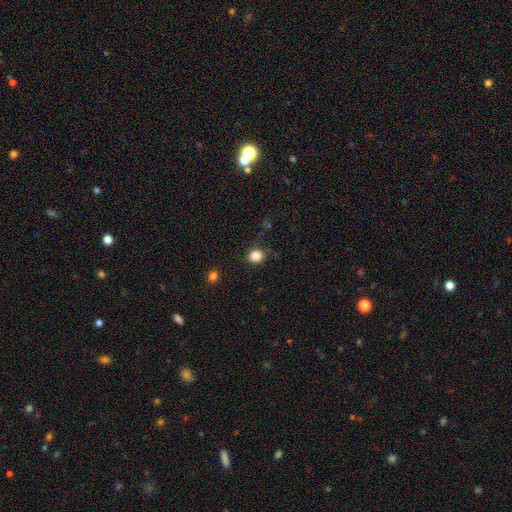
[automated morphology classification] The model was most divided on "how rounded": round: 71%, in between: 28%, cigar-shaped: 1%. More confident: smooth or featured — smooth (86%); merging — none (81%).